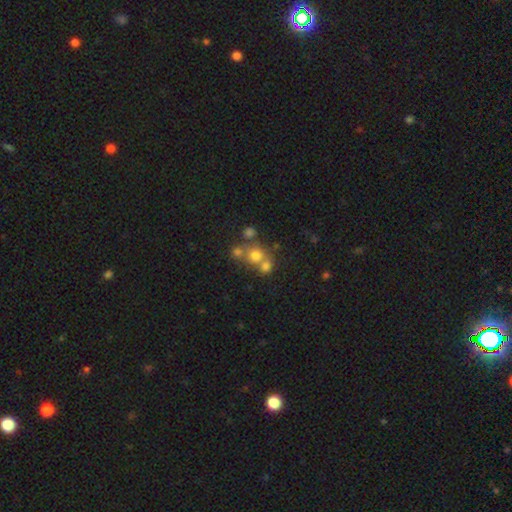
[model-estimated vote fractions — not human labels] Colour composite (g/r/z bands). It shows a smooth galaxy with no disk features (66%) that is round (83%). Merging: none (45%).